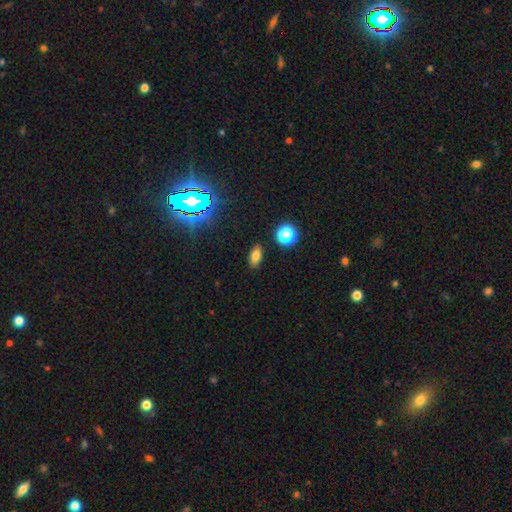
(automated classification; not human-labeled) Smooth or featured: smooth — 76% (star or artifact — 15%)
How rounded: in between — 86% (round — 9%)
Merging: none — 88% (minor disturbance — 8%)